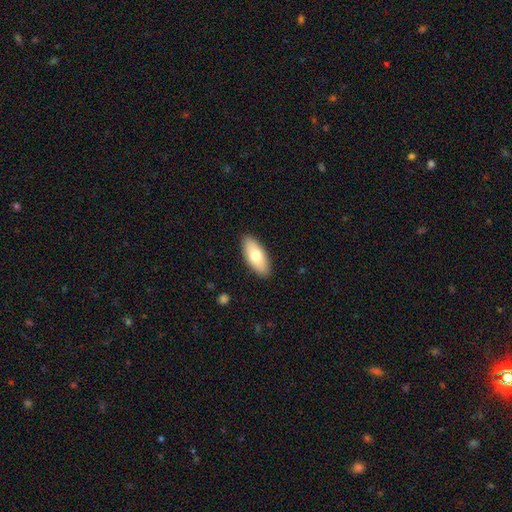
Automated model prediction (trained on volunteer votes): smooth-or-featured: smooth: 73% | featured or disk: 21% | star or artifact: 6%
  how-rounded: in between: 86% | cigar-shaped: 12% | round: 2%
  merging: none: 89% | minor disturbance: 8% | major disturbance: 2% | merger: 1%